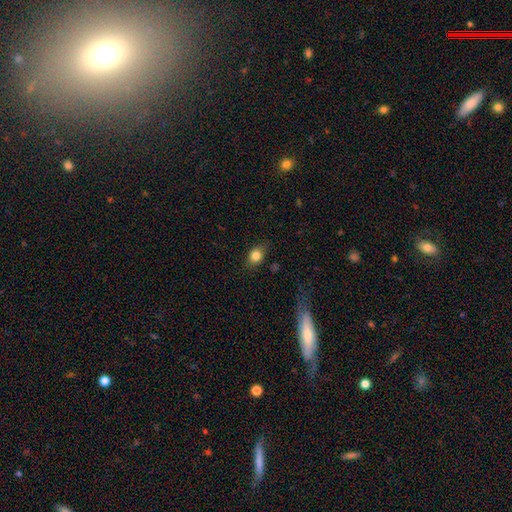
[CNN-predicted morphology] The model was most divided on "how rounded": in between: 54%, round: 43%, cigar-shaped: 3%. More confident: smooth or featured — smooth (80%); merging — none (75%).